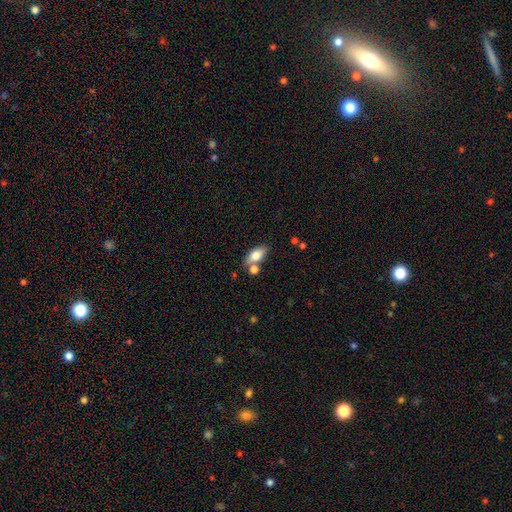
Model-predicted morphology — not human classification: A smooth galaxy with no disk features (75%) that is in between round and cigar-shaped (86%).

Vote fractions:
- Smooth or featured? smooth: 75% / featured or disk: 18% / star or artifact: 7%
- How rounded? in between: 86% / cigar-shaped: 10% / round: 4%
- Merging? none: 64% / merger: 19% / minor disturbance: 13% / major disturbance: 4%